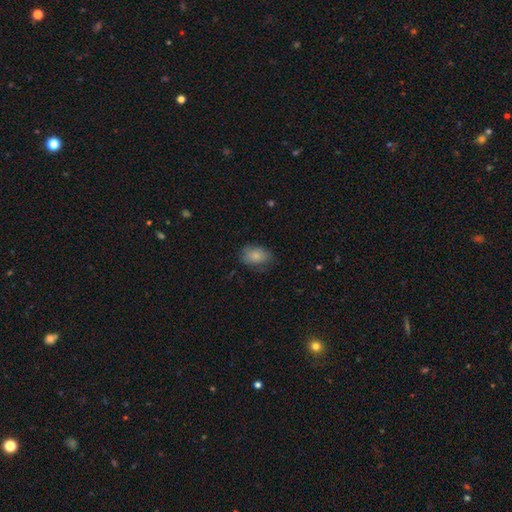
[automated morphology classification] smooth_or_featured: smooth (p=0.82) [alt: featured or disk p=0.11]
how_rounded: in between (p=0.82) [alt: round p=0.16]
merging: none (p=0.70) [alt: minor disturbance p=0.22]